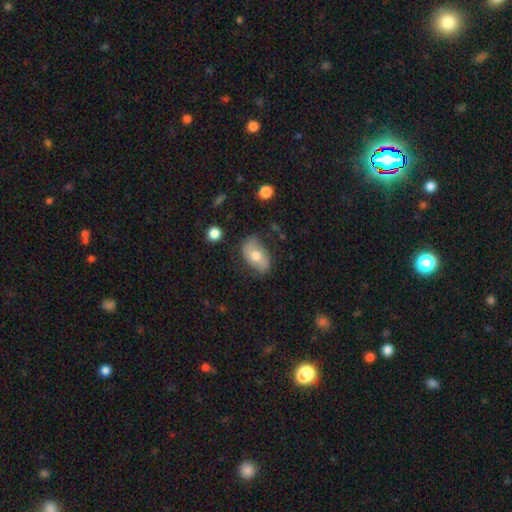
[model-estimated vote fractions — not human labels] Morphology: type=smooth (60%); roundness=in between (90%); merging=none (67%).